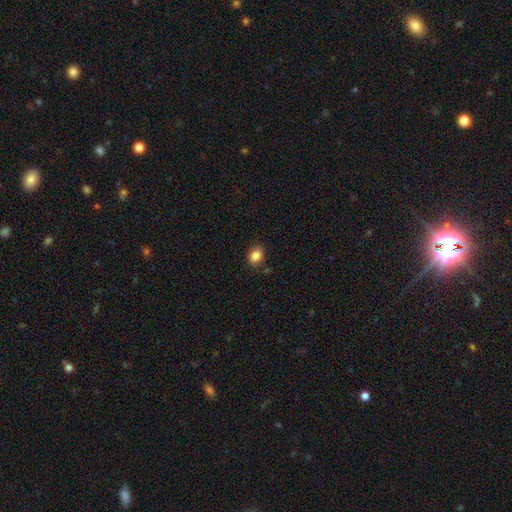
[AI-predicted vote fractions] Q: Smooth or featured?
A: smooth (85%); runner-up: star or artifact (10%)
Q: How rounded?
A: in between (58%); runner-up: round (41%)
Q: Merging?
A: none (83%); runner-up: minor disturbance (12%)